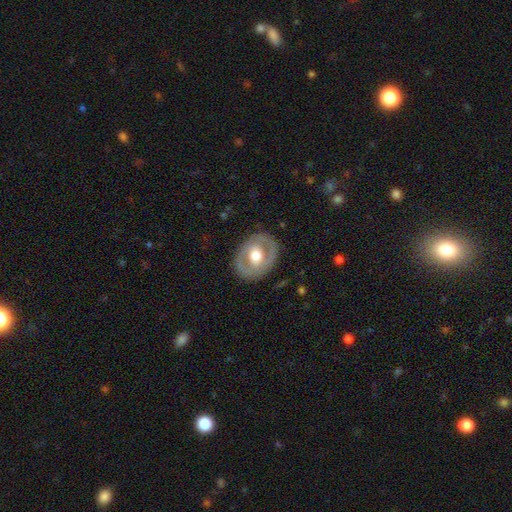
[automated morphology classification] smooth_or_featured: featured or disk (p=0.59) [alt: smooth p=0.36]
disk_edge_on: no (p=0.94) [alt: yes p=0.06]
bar: no (p=0.61) [alt: weak p=0.27]
has_spiral_arms: no (p=0.73) [alt: yes p=0.27]
bulge_size: moderate (p=0.66) [alt: large p=0.26]
merging: none (p=0.81) [alt: minor disturbance p=0.13]